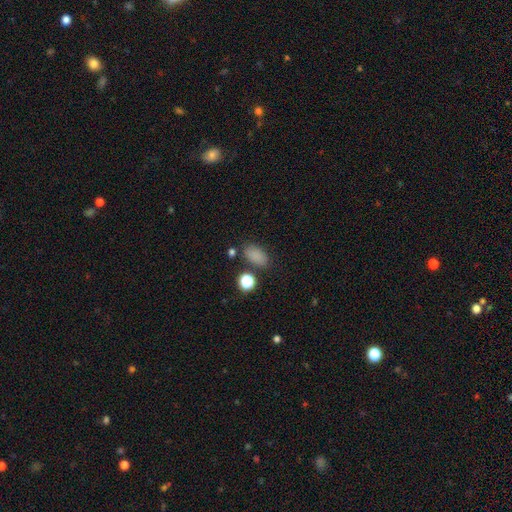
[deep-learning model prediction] smooth-or-featured: smooth: 82% | star or artifact: 13% | featured or disk: 5%
  how-rounded: in between: 88% | round: 10% | cigar-shaped: 3%
  merging: none: 77% | minor disturbance: 13% | merger: 7% | major disturbance: 4%